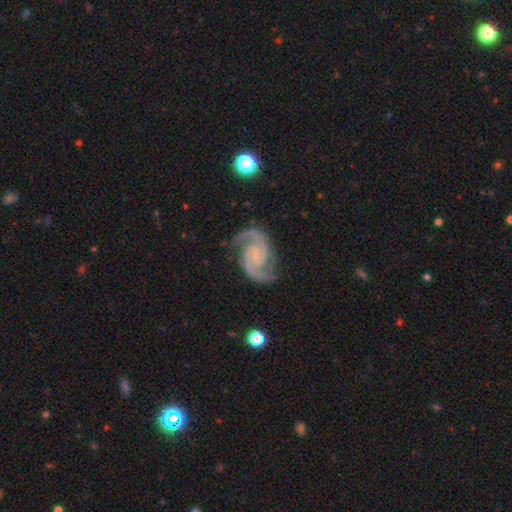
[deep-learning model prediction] Overall: featured or disk (94%). Edge-on disk: no (98%). Bar: no (54%; weak 35%). Spiral arms: yes (99%). Spiral arm count: 2 (93%). Spiral winding: medium (56%; tight 35%). Bulge size: small (74%). Merging: none (81%).